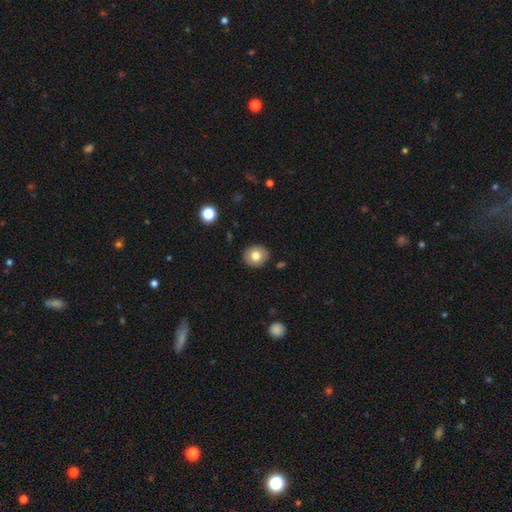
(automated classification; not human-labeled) The model was most divided on "how rounded": round: 80%, in between: 19%, cigar-shaped: 1%. More confident: merging — none (89%); smooth or featured — smooth (78%).